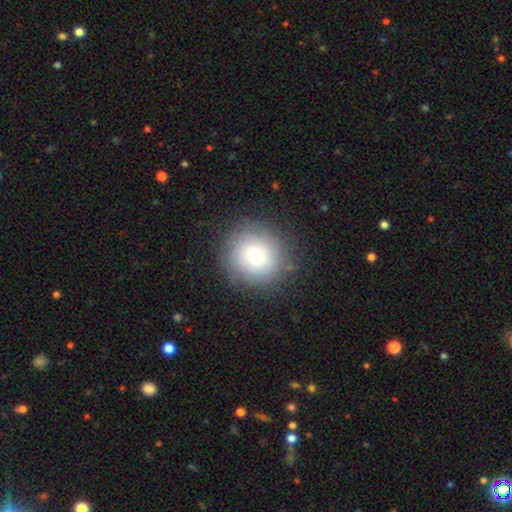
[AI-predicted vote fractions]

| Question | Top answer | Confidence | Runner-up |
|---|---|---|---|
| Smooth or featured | smooth | 70% | featured or disk (19%) |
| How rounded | round | 91% | in between (8%) |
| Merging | none | 84% | minor disturbance (11%) |